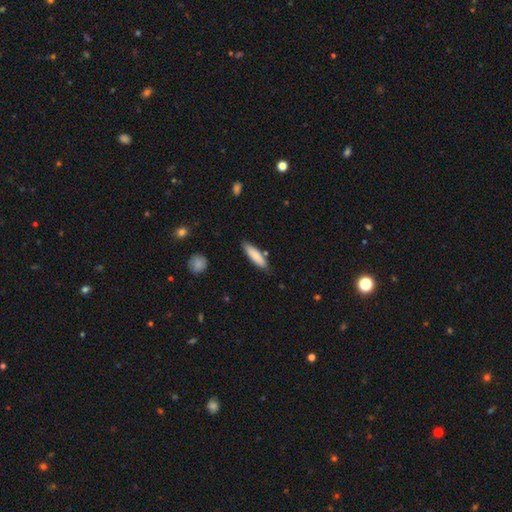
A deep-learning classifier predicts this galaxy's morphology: The model was most divided on "how rounded": cigar-shaped: 68%, in between: 31%, round: 1%. More confident: smooth or featured — smooth (83%); merging — none (83%).